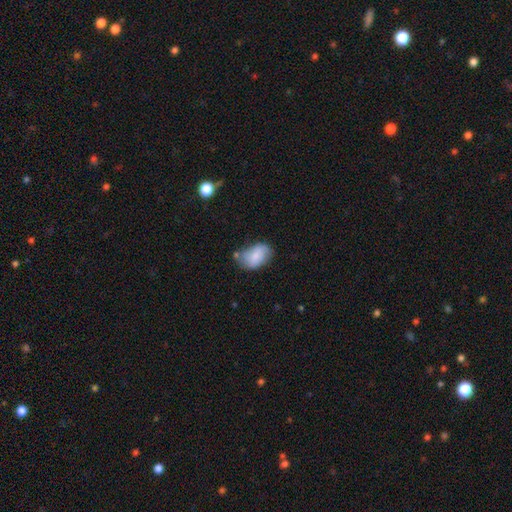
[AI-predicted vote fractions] Smooth or featured: smooth — 78% (featured or disk — 15%)
How rounded: in between — 88% (round — 11%)
Merging: none — 53% (minor disturbance — 29%)